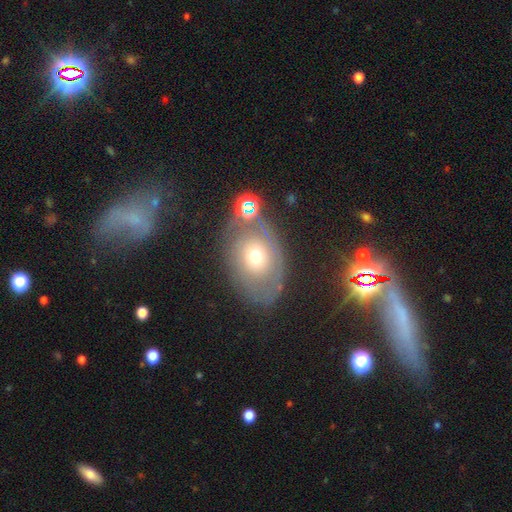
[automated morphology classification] This appears to be a smooth galaxy with no disk features (42%, tied with featured or disk). Merging: none (61%).